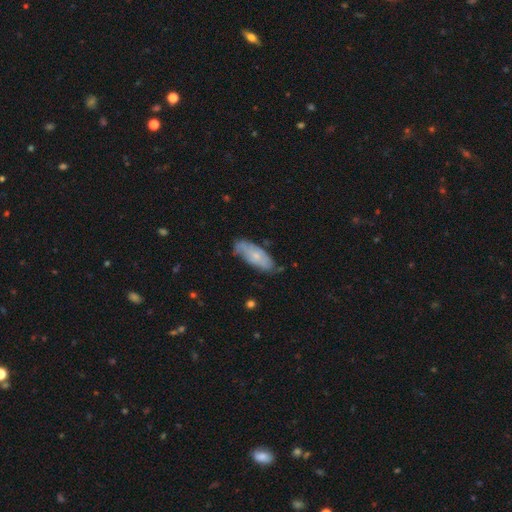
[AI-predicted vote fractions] Morphology: type=smooth (49%); merging=none (63%).